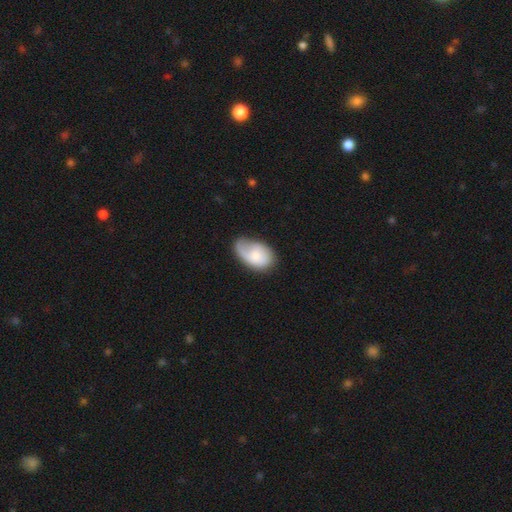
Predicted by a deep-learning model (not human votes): This is likely a smooth galaxy (60%). How rounded: clearly in between (89%). Merging: marginally none (42%).